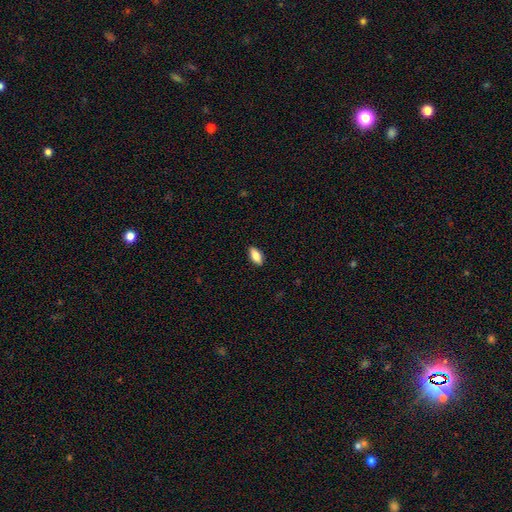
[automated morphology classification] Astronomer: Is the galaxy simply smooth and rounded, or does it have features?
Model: smooth — 81%.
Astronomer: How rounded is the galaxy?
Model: in between — 85%.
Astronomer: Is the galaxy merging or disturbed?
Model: none — 89%.